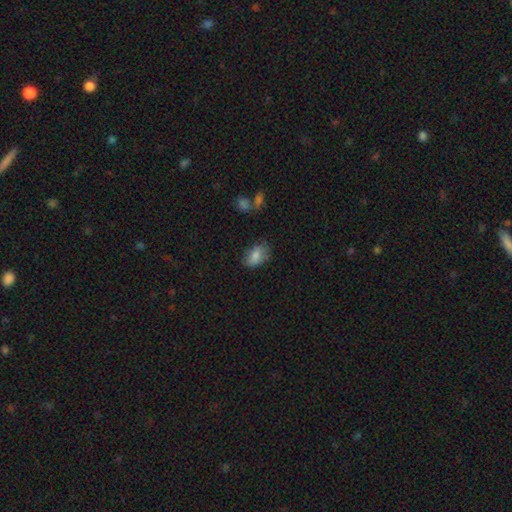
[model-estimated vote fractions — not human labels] Overall: smooth (81%). How rounded: in between (89%). Merging: none (64%; minor disturbance 26%).